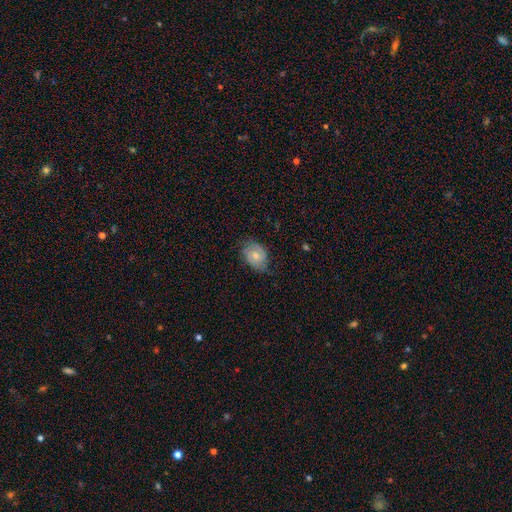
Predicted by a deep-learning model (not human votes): A smooth galaxy with no disk features (56%) that is in between round and cigar-shaped (72%). Merging: none (63%).